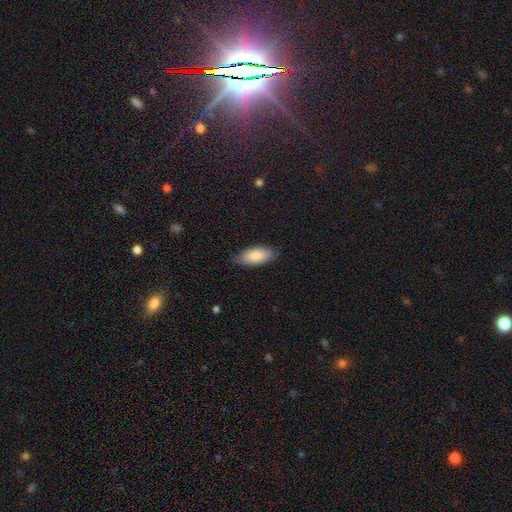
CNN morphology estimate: Smooth or featured?
  - smooth: 80% *
  - featured or disk: 14%
  - star or artifact: 6%
How rounded?
  - in between: 86% *
  - cigar-shaped: 11%
  - round: 2%
Merging?
  - none: 82% *
  - minor disturbance: 15%
  - major disturbance: 2%
  - merger: 1%